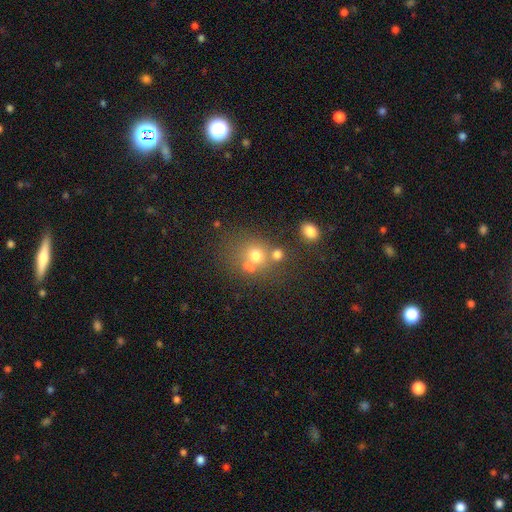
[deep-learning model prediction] The model was most divided on "merging": none: 52%, merger: 31%, minor disturbance: 11%, major disturbance: 6%. More confident: how rounded — round (78%); smooth or featured — smooth (66%).